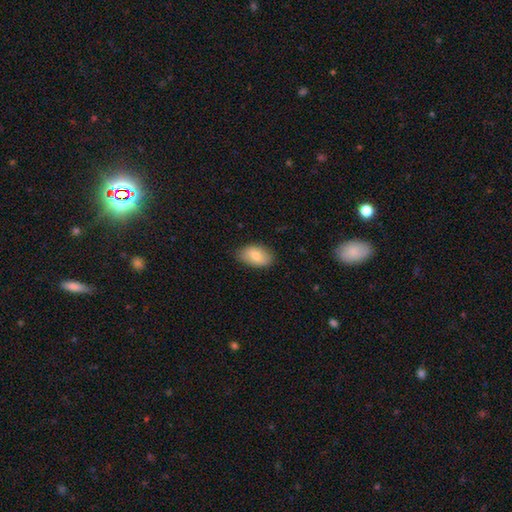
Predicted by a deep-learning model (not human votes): smooth 77%, featured or disk 17%, star or artifact 7%. Down the decision tree: how rounded — in between (92%); merging — none (83%).